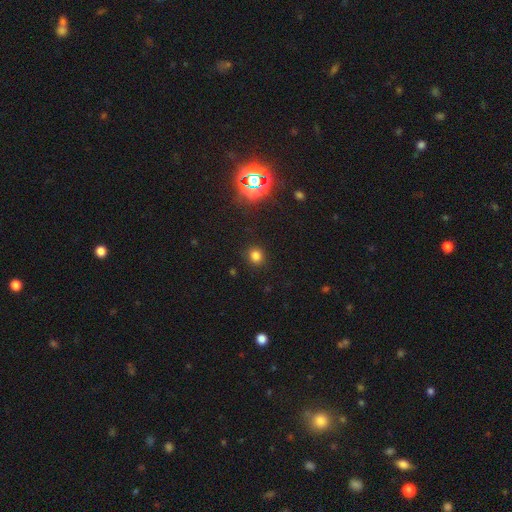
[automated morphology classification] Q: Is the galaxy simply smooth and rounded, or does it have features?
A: smooth — 77%.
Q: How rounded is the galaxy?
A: round — 85%.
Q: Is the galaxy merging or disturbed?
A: none — 90%.